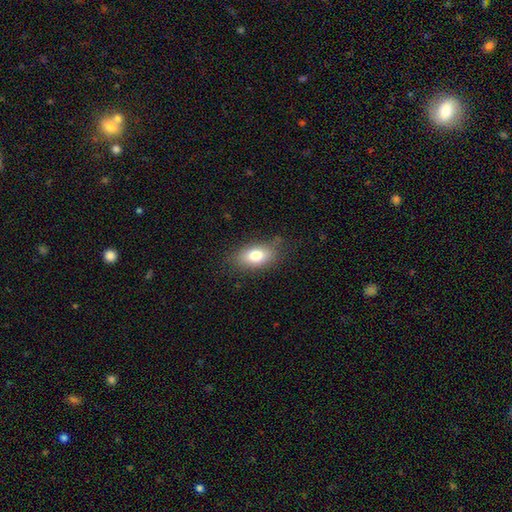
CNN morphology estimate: Smooth or featured? smooth (76%)
How rounded? in between (85%)
Merging? none (78%)